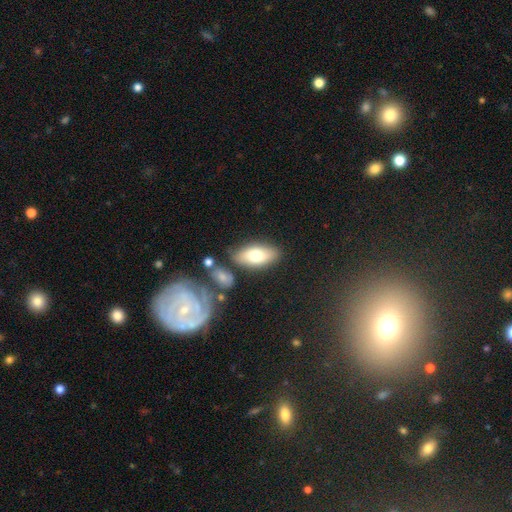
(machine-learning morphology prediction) A smooth galaxy with no disk features (71%) that is in between round and cigar-shaped (88%).

Vote fractions:
- Smooth or featured? smooth: 71% / featured or disk: 22% / star or artifact: 7%
- How rounded? in between: 88% / cigar-shaped: 9% / round: 4%
- Merging? none: 76% / minor disturbance: 13% / merger: 7% / major disturbance: 4%